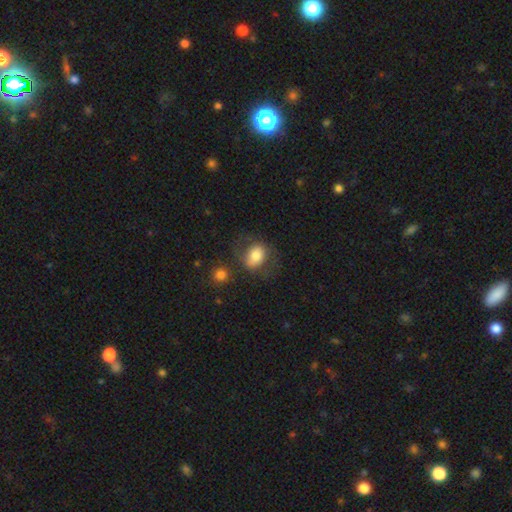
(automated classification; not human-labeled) smooth 69%, featured or disk 23%, star or artifact 8%. Down the decision tree: how rounded — in between (59%); merging — none (54%).